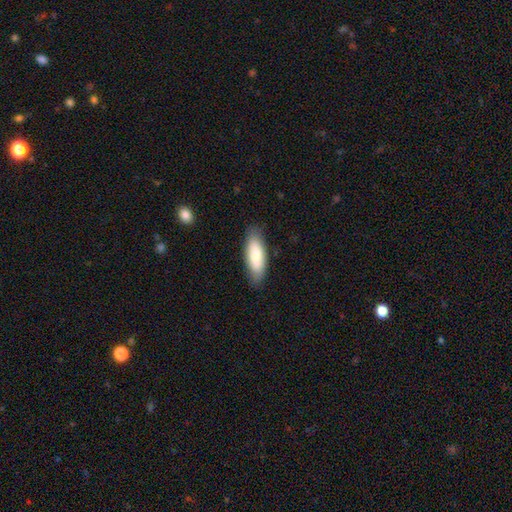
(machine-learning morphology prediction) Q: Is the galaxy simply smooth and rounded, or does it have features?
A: smooth — 77%.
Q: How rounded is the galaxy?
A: in between — 69%.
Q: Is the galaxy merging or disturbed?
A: none — 83%.